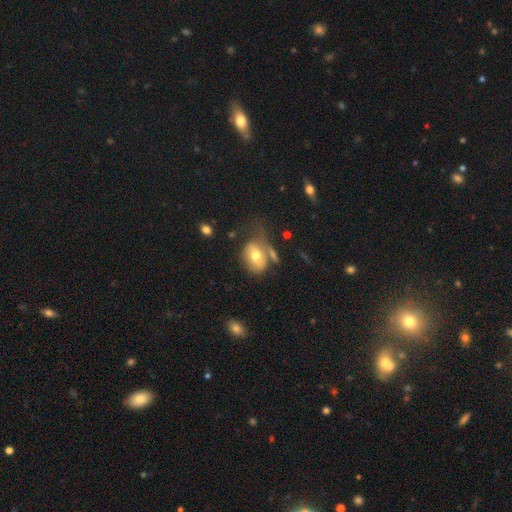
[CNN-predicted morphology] Smooth or featured? smooth (64%)
How rounded? in between (69%)
Merging? none (39%)